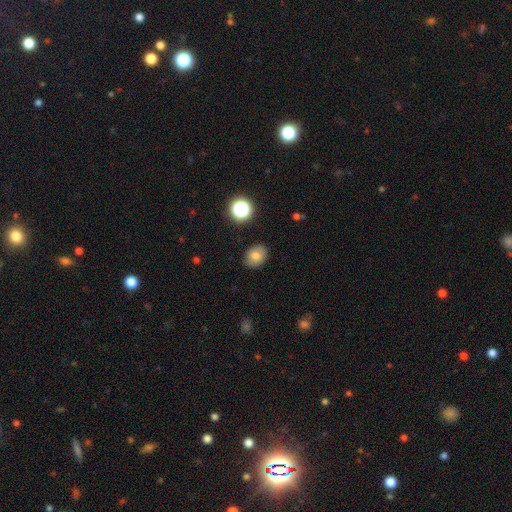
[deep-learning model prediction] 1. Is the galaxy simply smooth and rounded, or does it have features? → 76% smooth, 12% featured or disk, 12% star or artifact.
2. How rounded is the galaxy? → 58% in between, 41% round, 1% cigar-shaped.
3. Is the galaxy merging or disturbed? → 85% none, 11% minor disturbance, 3% major disturbance, 1% merger.